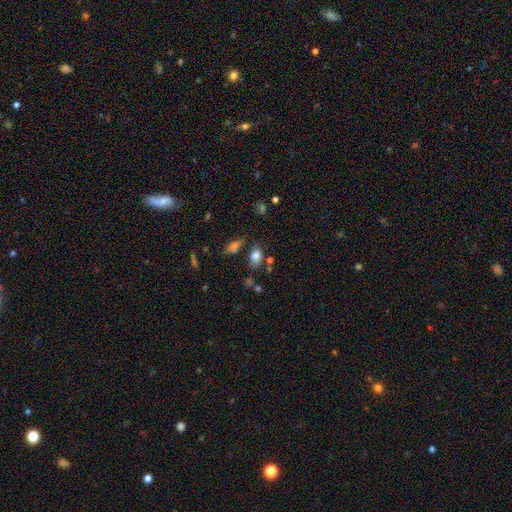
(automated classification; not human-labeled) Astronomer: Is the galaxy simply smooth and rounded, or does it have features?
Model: smooth — 80%.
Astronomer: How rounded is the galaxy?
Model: in between — 85%.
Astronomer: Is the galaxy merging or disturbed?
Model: none — 67%.